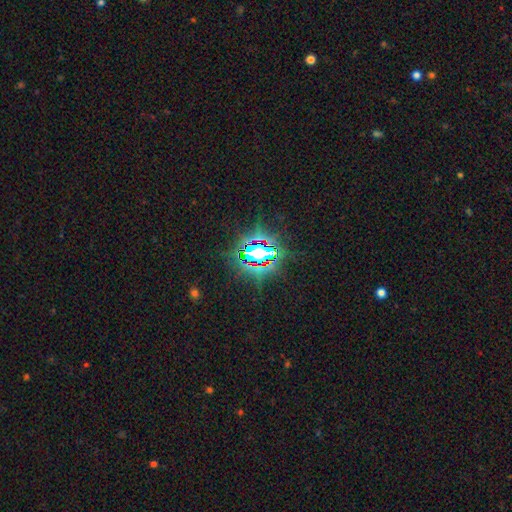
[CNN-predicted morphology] Q: Smooth or featured?
A: star or artifact (79%); runner-up: smooth (12%)